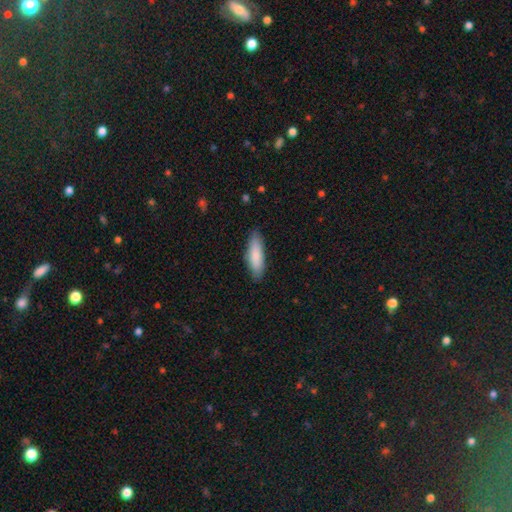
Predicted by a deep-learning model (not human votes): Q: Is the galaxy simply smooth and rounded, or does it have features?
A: smooth — 85%.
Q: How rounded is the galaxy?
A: cigar-shaped — 51%.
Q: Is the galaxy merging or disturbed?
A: none — 85%.